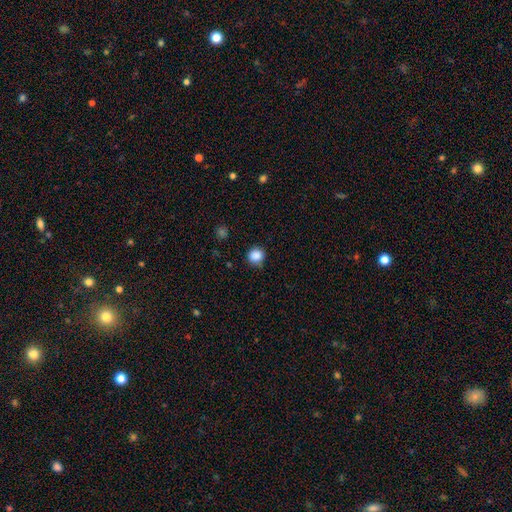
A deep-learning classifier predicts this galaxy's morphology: A smooth galaxy with no disk features (86%) that is round (91%). Merging: none (82%).